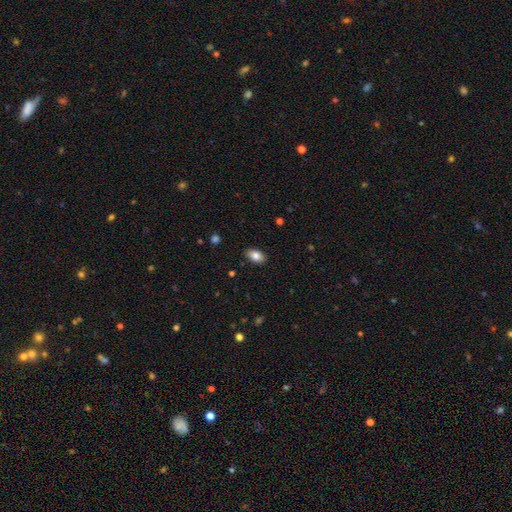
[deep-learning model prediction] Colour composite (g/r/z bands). It shows a smooth galaxy with no disk features (83%) that is in between round and cigar-shaped (91%). Merging: none (88%).